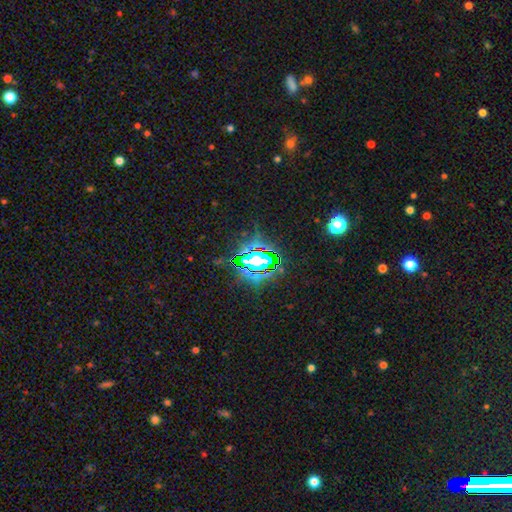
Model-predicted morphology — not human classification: This appears to be a star or artifact, not a galaxy (81%).